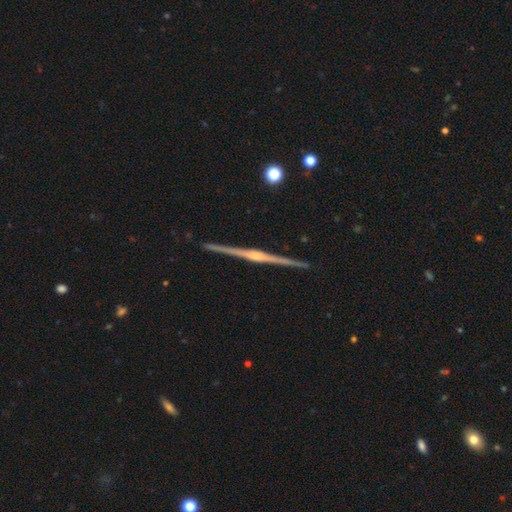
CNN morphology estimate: This is clearly a featured or disk galaxy (89%). It is clearly viewed edge-on (99%). Edge-on bulge: likely rounded (73%). Merging: clearly none (93%).